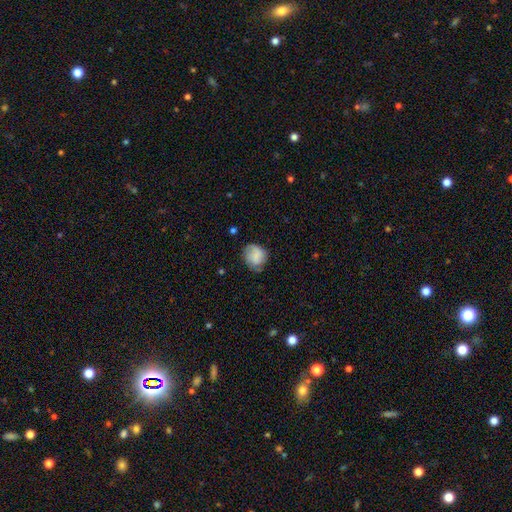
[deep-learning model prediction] Q: Smooth or featured?
A: smooth (75%); runner-up: featured or disk (17%)
Q: How rounded?
A: round (68%); runner-up: in between (32%)
Q: Merging?
A: none (58%); runner-up: minor disturbance (30%)